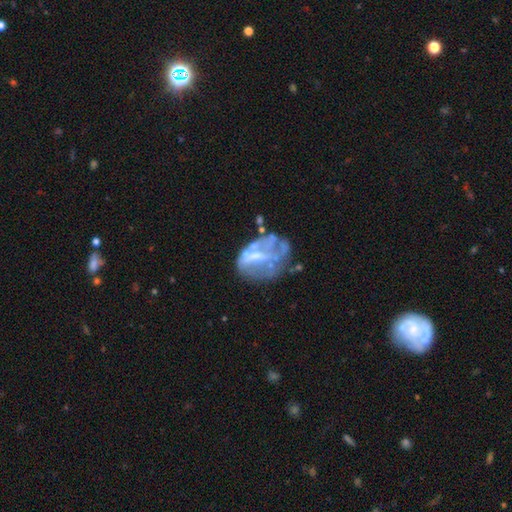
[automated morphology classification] Smooth or featured?
  - featured or disk: 66% *
  - smooth: 22%
  - star or artifact: 11%
Edge-on disk?
  - no: 97% *
  - yes: 3%
Bar?
  - no: 61% *
  - weak: 28%
  - strong: 11%
Spiral arms?
  - no: 81% *
  - yes: 19%
Bulge size?
  - moderate: 34% * (tied)
  - small: 34% * (tied)
  - none: 27%
  - large: 3%
  - dominant: 1%
Merging?
  - none: 36% *
  - major disturbance: 32%
  - minor disturbance: 21%
  - merger: 11%